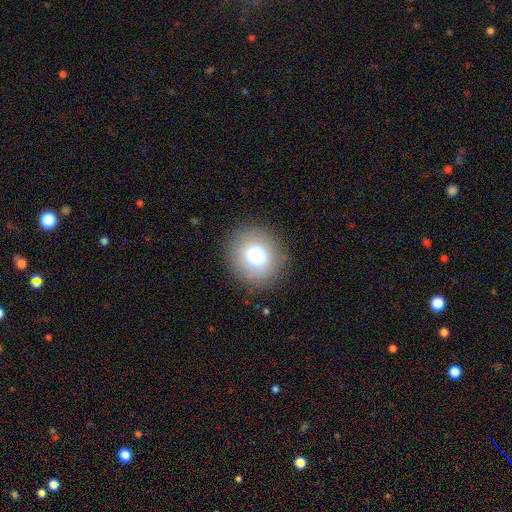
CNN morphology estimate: type=smooth (78%); roundness=round (87%); merging=none (88%).